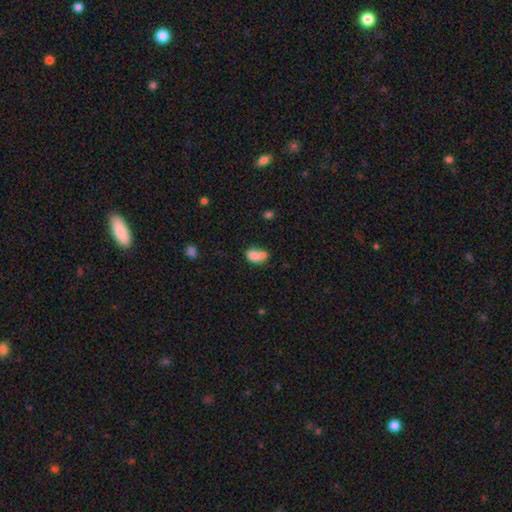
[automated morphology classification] smooth_or_featured: smooth (p=0.76) [alt: featured or disk p=0.14]
how_rounded: in between (p=0.83) [alt: round p=0.14]
merging: merger (p=0.41) [alt: none p=0.29]